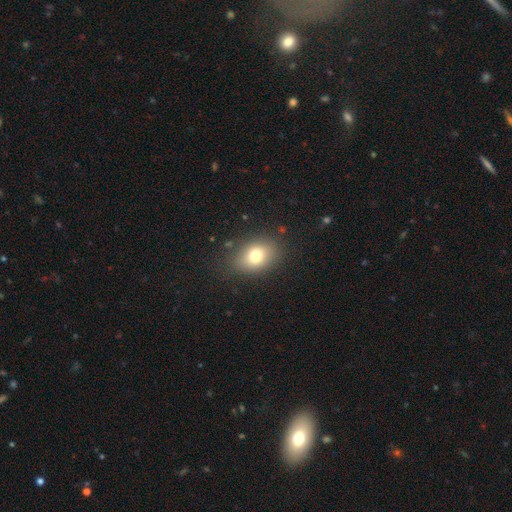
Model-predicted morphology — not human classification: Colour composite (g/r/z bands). It shows a smooth galaxy with no disk features (75%) that is in between round and cigar-shaped (69%). Merging: none (80%).